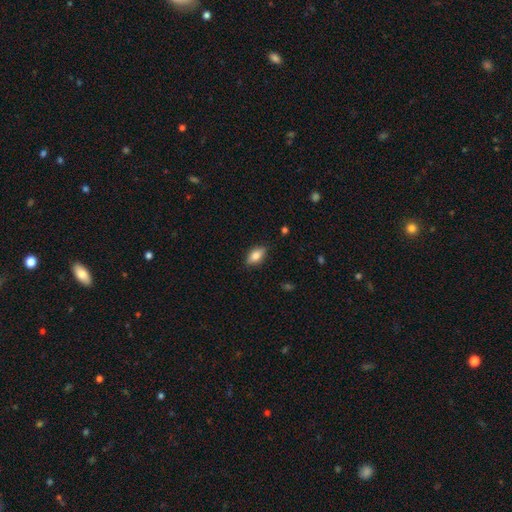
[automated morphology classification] A smooth galaxy with no disk features (78%) that is in between round and cigar-shaped (88%).

Vote fractions:
- Smooth or featured? smooth: 78% / featured or disk: 15% / star or artifact: 7%
- How rounded? in between: 88% / cigar-shaped: 7% / round: 5%
- Merging? none: 85% / minor disturbance: 11% / major disturbance: 2% / merger: 1%